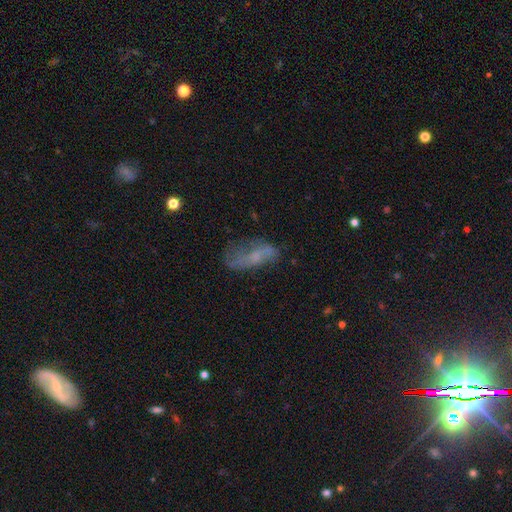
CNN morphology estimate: Smooth or featured?
  - featured or disk: 46% *
  - smooth: 41%
  - star or artifact: 13%
Merging?
  - none: 49% *
  - minor disturbance: 26%
  - major disturbance: 20%
  - merger: 4%